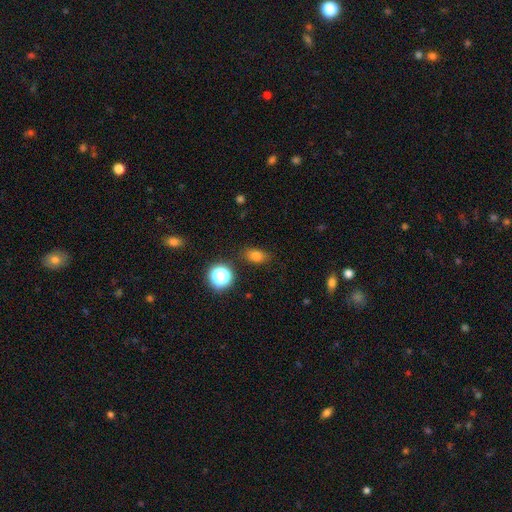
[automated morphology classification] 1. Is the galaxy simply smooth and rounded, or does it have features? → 78% smooth, 15% star or artifact, 7% featured or disk.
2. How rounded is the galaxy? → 75% in between, 23% round, 3% cigar-shaped.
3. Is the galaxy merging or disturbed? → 82% none, 13% minor disturbance, 3% major disturbance, 2% merger.